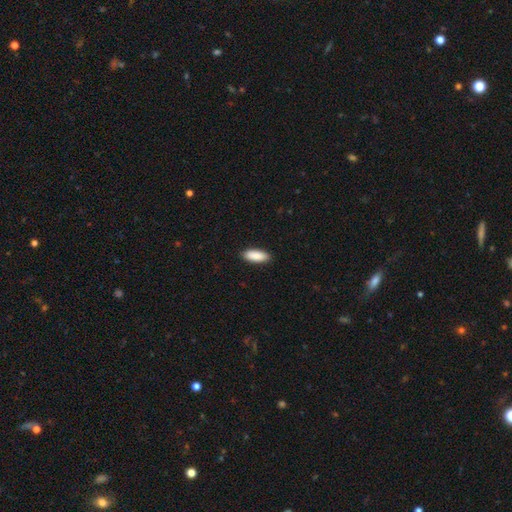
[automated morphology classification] The model was most divided on "how rounded": in between: 80%, cigar-shaped: 19%, round: 2%. More confident: merging — none (90%); smooth or featured — smooth (90%).